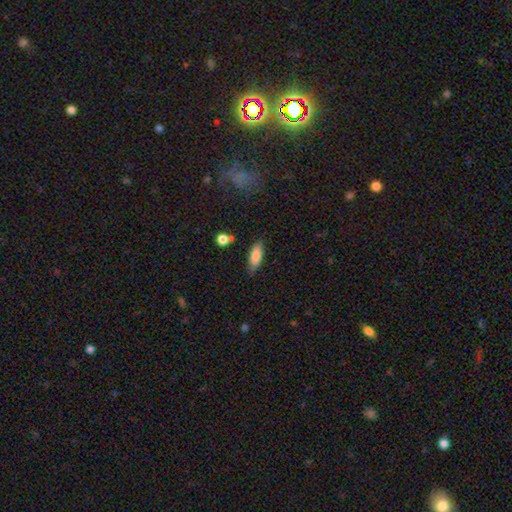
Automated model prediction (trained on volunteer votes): This is clearly a smooth galaxy (82%). How rounded: likely in between (68%). Merging: likely none (79%).